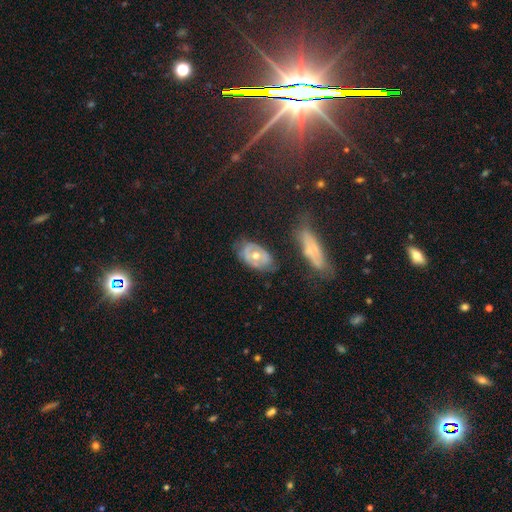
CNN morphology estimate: Smooth or featured?
  - featured or disk: 58% *
  - smooth: 33%
  - star or artifact: 9%
Edge-on disk?
  - no: 88% *
  - yes: 12%
Bar?
  - no: 80% *
  - weak: 14%
  - strong: 5%
Spiral arms?
  - no: 64% *
  - yes: 36%
Bulge size?
  - moderate: 71% *
  - small: 22%
  - large: 4%
  - none: 1%
  - dominant: 1%
Merging?
  - none: 68% *
  - minor disturbance: 20%
  - major disturbance: 8%
  - merger: 4%